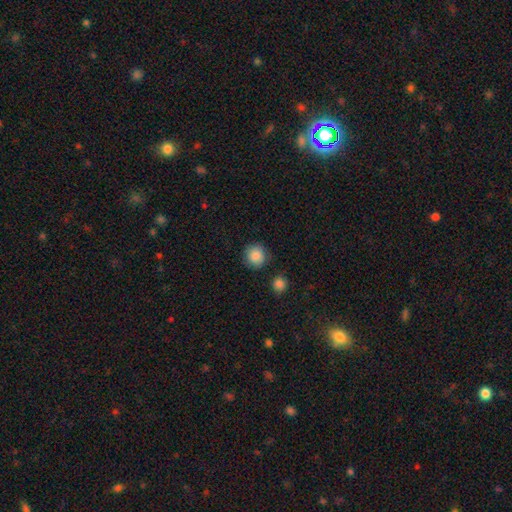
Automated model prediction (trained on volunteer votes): The model was most divided on "merging": none: 86%, minor disturbance: 9%, merger: 3%, major disturbance: 3%. More confident: how rounded — round (91%); smooth or featured — smooth (87%).